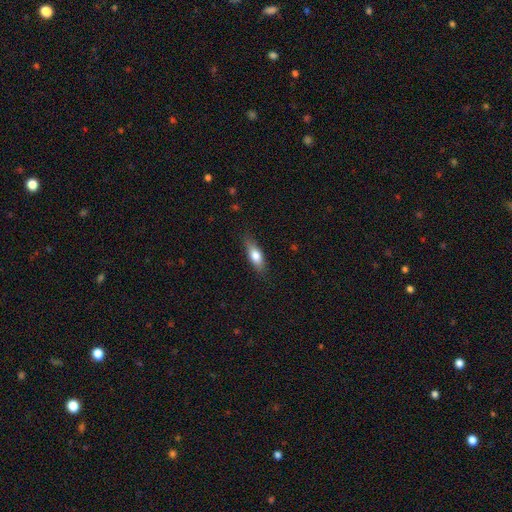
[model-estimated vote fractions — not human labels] smooth 71%, featured or disk 23%, star or artifact 7%. Down the decision tree: how rounded — in between (58%); merging — none (81%).